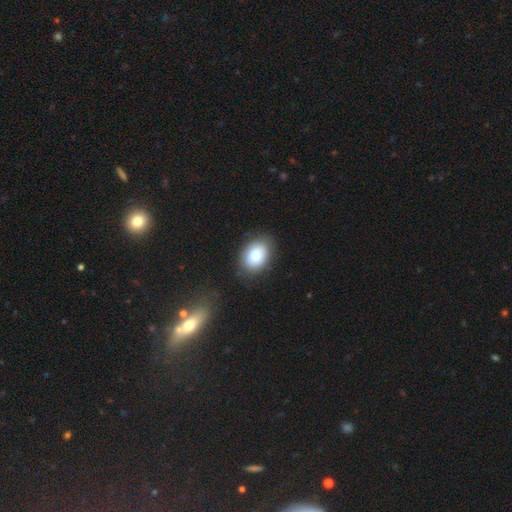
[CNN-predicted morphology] Smooth or featured: smooth — 80% (featured or disk — 11%)
How rounded: in between — 74% (round — 25%)
Merging: none — 83% (minor disturbance — 12%)